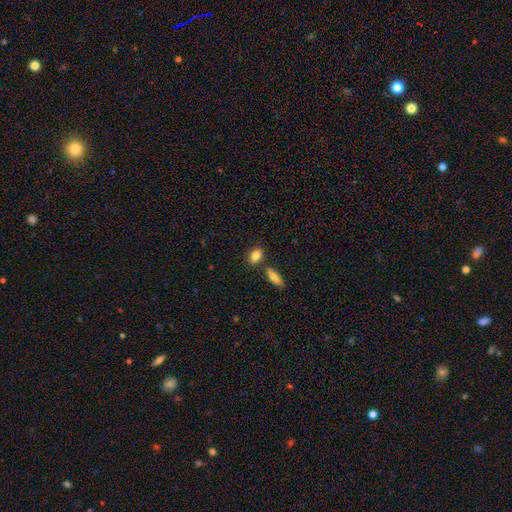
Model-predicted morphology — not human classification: Smooth or featured? smooth (84%)
How rounded? in between (78%)
Merging? none (73%)